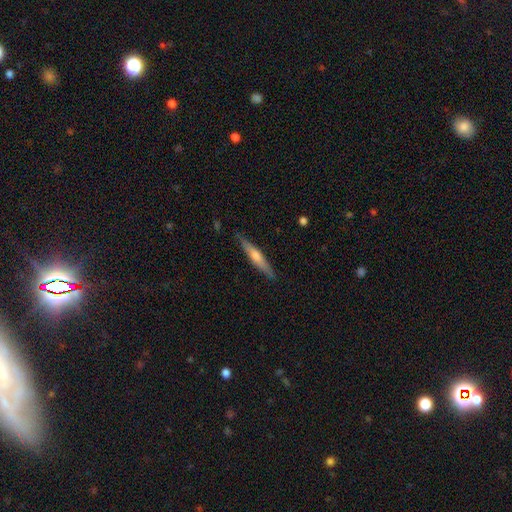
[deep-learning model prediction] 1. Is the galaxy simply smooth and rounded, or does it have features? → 52% featured or disk, 42% smooth, 6% star or artifact.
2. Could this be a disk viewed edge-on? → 95% yes, 5% no.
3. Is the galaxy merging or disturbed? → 87% none, 10% minor disturbance, 2% major disturbance, 1% merger.